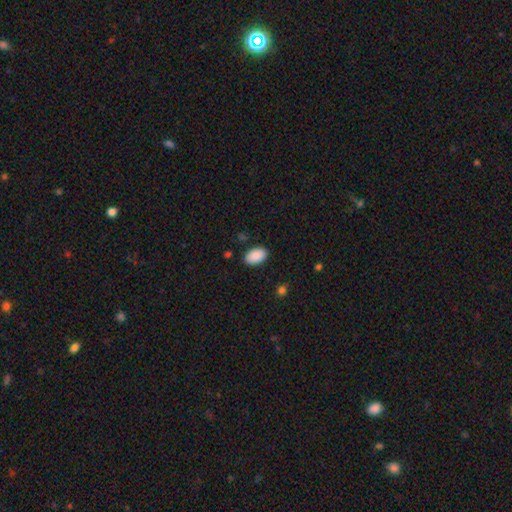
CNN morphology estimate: Overall: smooth (90%). How rounded: in between (93%). Merging: none (87%).